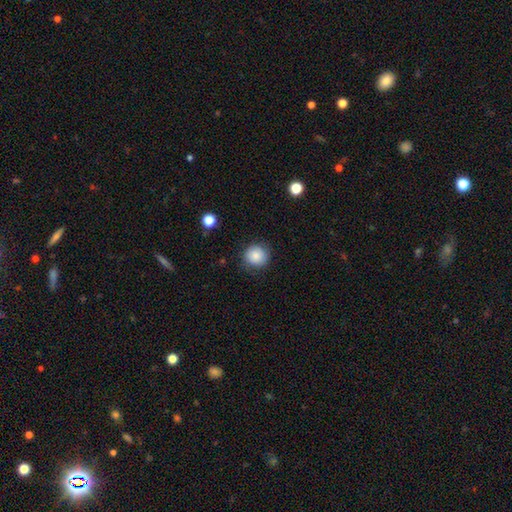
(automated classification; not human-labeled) This appears to be a smooth galaxy with no disk features (85%) that is round (92%). Merging: none (83%).